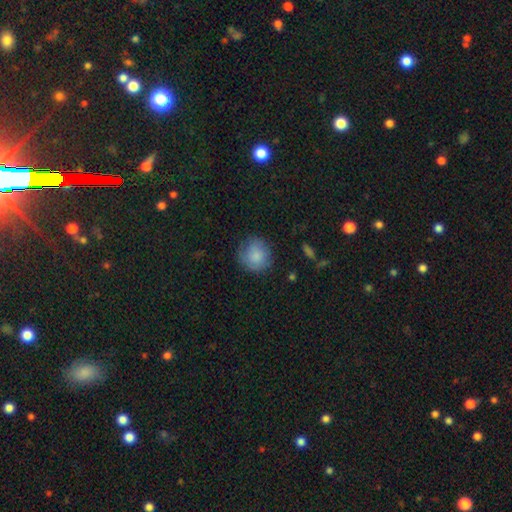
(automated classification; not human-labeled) smooth 82%, featured or disk 11%, star or artifact 7%. Down the decision tree: how rounded — round (89%); merging — none (73%).